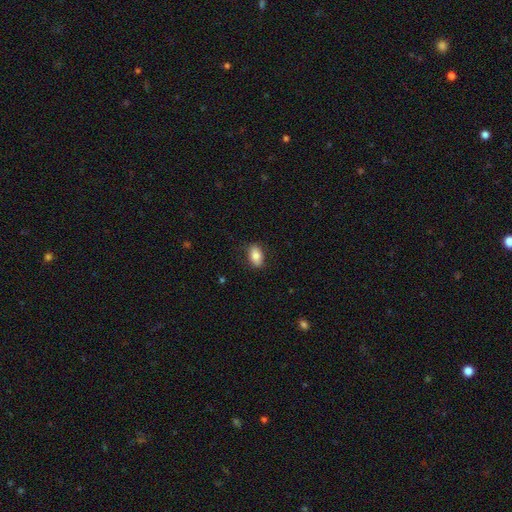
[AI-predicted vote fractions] smooth-or-featured: smooth: 83% | featured or disk: 10% | star or artifact: 7%
  how-rounded: in between: 90% | round: 6% | cigar-shaped: 4%
  merging: none: 83% | minor disturbance: 13% | major disturbance: 3% | merger: 1%